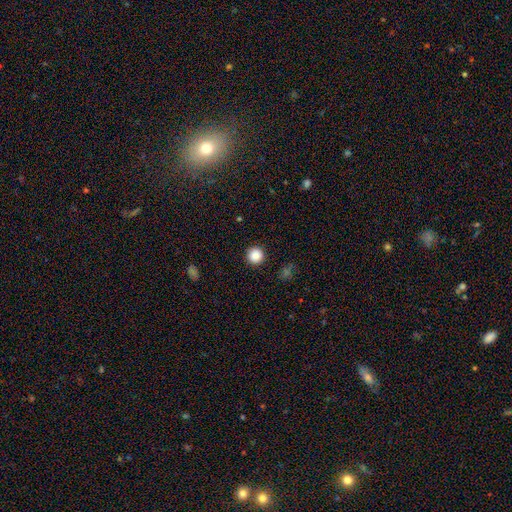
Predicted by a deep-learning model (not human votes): The model was most divided on "smooth or featured": smooth: 85%, star or artifact: 10%, featured or disk: 5%. More confident: how rounded — round (95%); merging — none (92%).